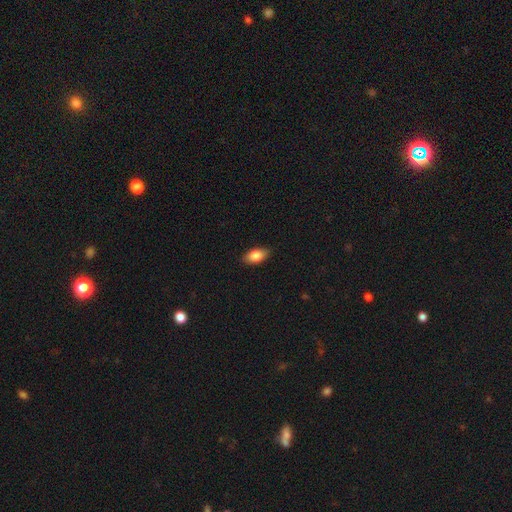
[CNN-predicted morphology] Smooth or featured? smooth (84%)
How rounded? in between (90%)
Merging? none (88%)